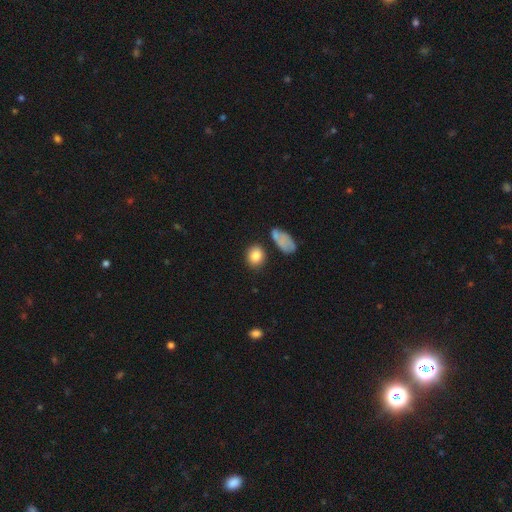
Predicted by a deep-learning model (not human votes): A smooth galaxy with no disk features (83%) that is round (59%).

Vote fractions:
- Smooth or featured? smooth: 83% / star or artifact: 9% / featured or disk: 8%
- How rounded? round: 59% / in between: 39% / cigar-shaped: 2%
- Merging? none: 72% / minor disturbance: 15% / merger: 8% / major disturbance: 5%